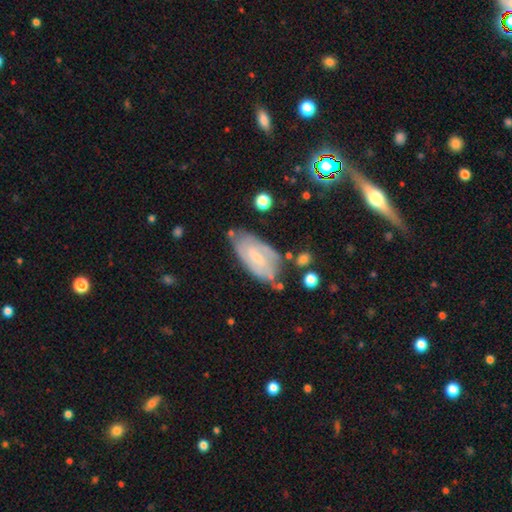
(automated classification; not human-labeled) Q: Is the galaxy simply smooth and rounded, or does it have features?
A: featured or disk — 63%.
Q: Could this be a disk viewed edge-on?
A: no — 93%.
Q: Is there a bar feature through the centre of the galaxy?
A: weak — 50%.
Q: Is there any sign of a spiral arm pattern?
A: yes — 82%.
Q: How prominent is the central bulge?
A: small — 58%.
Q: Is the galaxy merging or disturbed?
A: none — 62%.